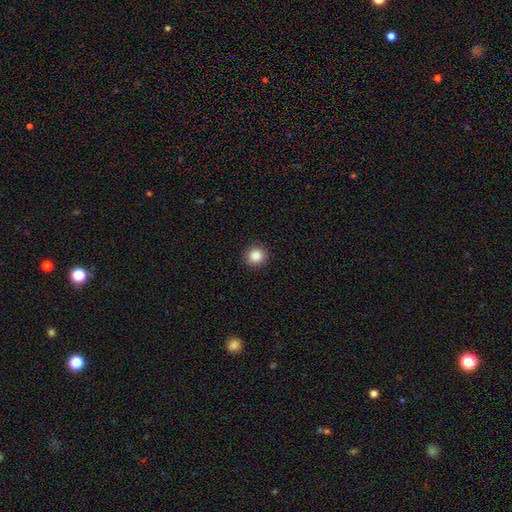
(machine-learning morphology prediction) The model was most divided on "smooth or featured": smooth: 87%, star or artifact: 10%, featured or disk: 3%. More confident: how rounded — round (94%); merging — none (92%).